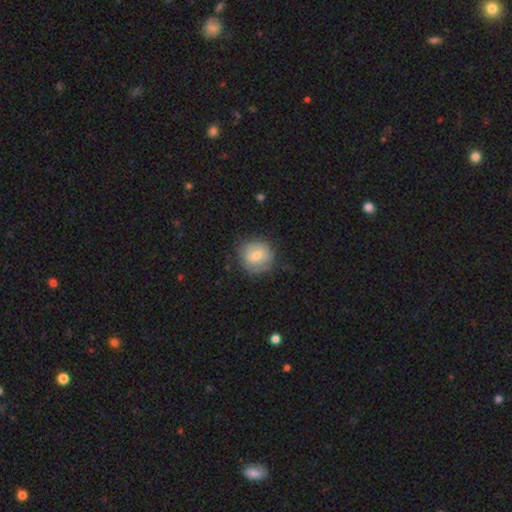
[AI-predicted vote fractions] Smooth or featured: smooth — 66% (featured or disk — 26%)
How rounded: round — 88% (in between — 11%)
Merging: none — 74% (minor disturbance — 19%)